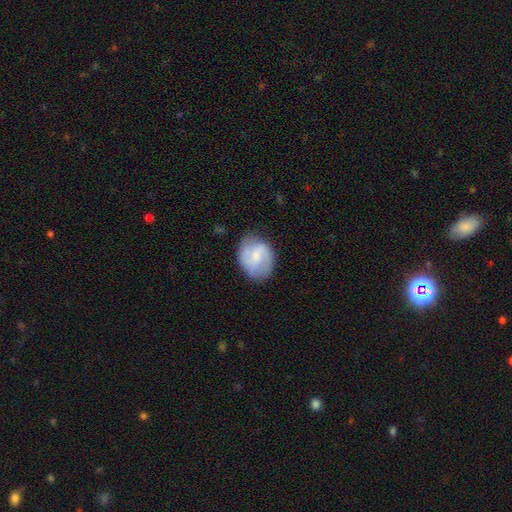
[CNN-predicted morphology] Smooth or featured?
  - featured or disk: 54% *
  - smooth: 40%
  - star or artifact: 6%
Edge-on disk?
  - no: 98% *
  - yes: 2%
Bar?
  - weak: 54% *
  - no: 34%
  - strong: 13%
Spiral arms?
  - yes: 86% *
  - no: 14%
Bulge size?
  - small: 55% *
  - moderate: 31%
  - none: 11%
  - large: 2%
  - dominant: 1%
Merging?
  - none: 73% *
  - minor disturbance: 20%
  - major disturbance: 6%
  - merger: 1%